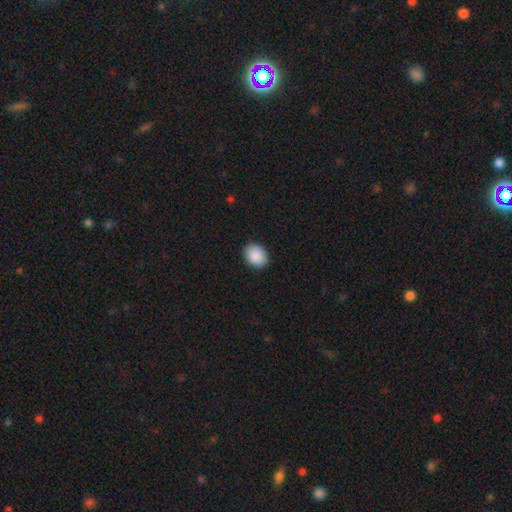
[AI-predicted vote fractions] smooth-or-featured: smooth: 90% | star or artifact: 7% | featured or disk: 3%
  how-rounded: in between: 55% | round: 44% | cigar-shaped: 1%
  merging: none: 90% | minor disturbance: 8% | major disturbance: 2% | merger: 1%